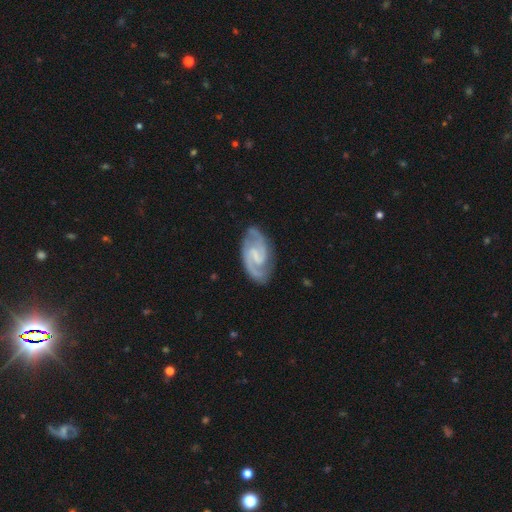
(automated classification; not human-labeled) This is clearly a featured or disk galaxy (90%). It is clearly not viewed edge-on (98%). Bar: possibly weak (55%). Spiral arm pattern: clearly yes (98%). Spiral arm count: clearly 2 (92%). Spiral winding: possibly medium (57%). Central bulge: marginally none (40%). Merging: clearly none (81%).